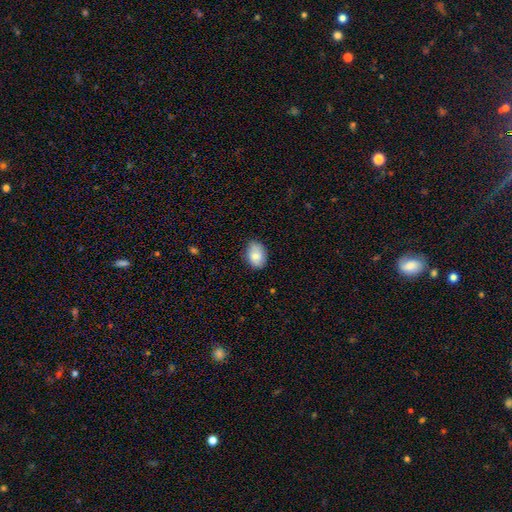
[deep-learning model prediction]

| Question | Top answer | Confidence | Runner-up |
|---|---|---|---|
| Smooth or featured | smooth | 83% | featured or disk (10%) |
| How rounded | in between | 81% | round (17%) |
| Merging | none | 81% | minor disturbance (15%) |